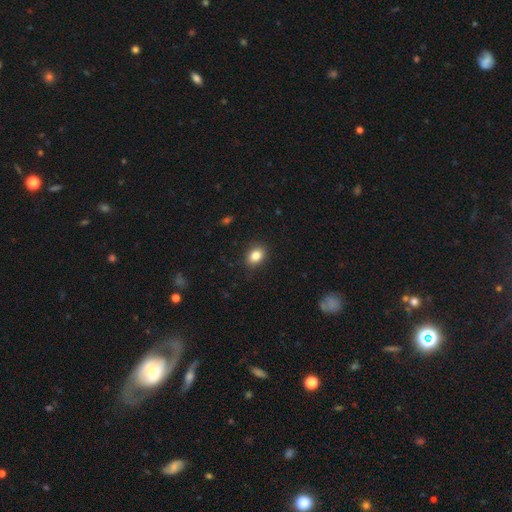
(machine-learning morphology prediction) Smooth or featured: smooth — 84% (star or artifact — 9%)
How rounded: in between — 70% (round — 29%)
Merging: none — 87% (minor disturbance — 10%)